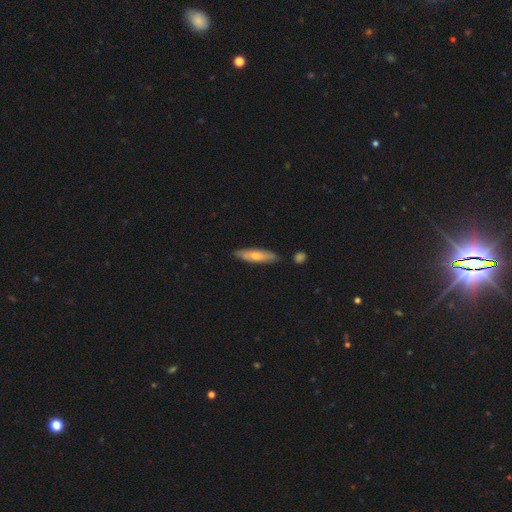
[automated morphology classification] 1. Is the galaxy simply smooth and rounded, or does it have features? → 57% smooth, 37% featured or disk, 6% star or artifact.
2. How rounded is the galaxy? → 77% cigar-shaped, 22% in between, 2% round.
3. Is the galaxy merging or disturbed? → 85% none, 10% minor disturbance, 3% merger, 2% major disturbance.